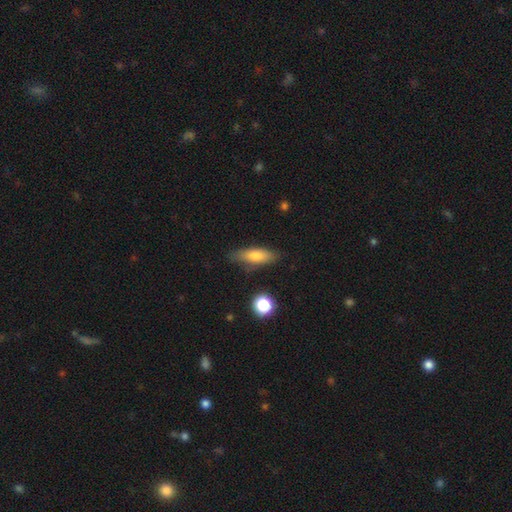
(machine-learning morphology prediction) Smooth or featured? smooth (74%)
How rounded? in between (54%)
Merging? none (77%)